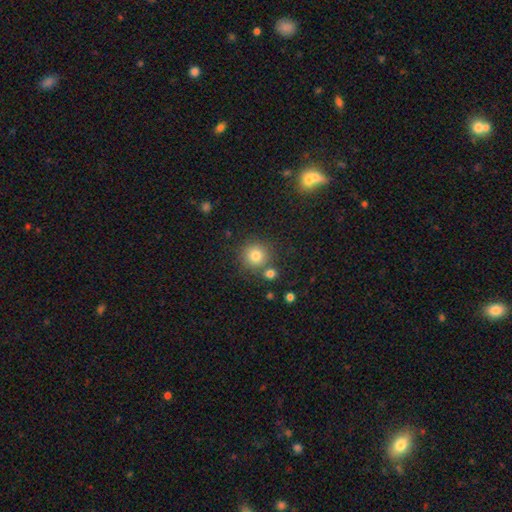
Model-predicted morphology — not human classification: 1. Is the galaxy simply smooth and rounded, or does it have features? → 80% smooth, 13% star or artifact, 8% featured or disk.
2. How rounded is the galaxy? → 93% round, 6% in between, 1% cigar-shaped.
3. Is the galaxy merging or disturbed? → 76% none, 12% merger, 9% minor disturbance, 3% major disturbance.